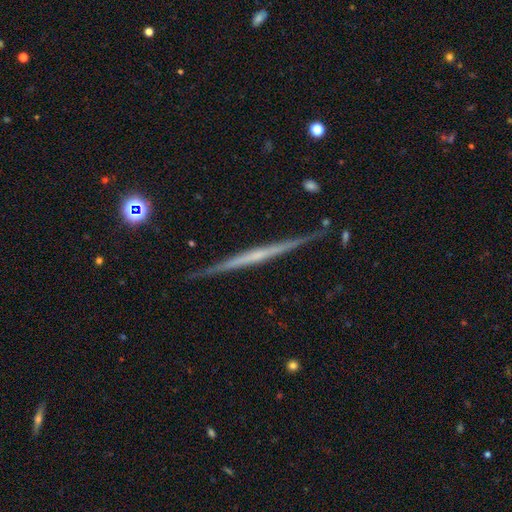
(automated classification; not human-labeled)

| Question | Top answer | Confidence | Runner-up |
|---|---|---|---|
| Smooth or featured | featured or disk | 76% | smooth (17%) |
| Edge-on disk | yes | 98% | no (2%) |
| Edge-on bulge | none | 69% | rounded (23%) |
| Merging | none | 88% | minor disturbance (9%) |